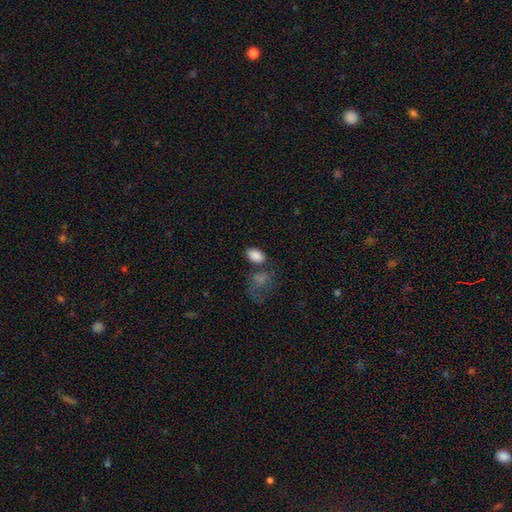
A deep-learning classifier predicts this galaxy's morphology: This is clearly a smooth galaxy (86%). How rounded: clearly in between (90%). Merging: likely none (65%).